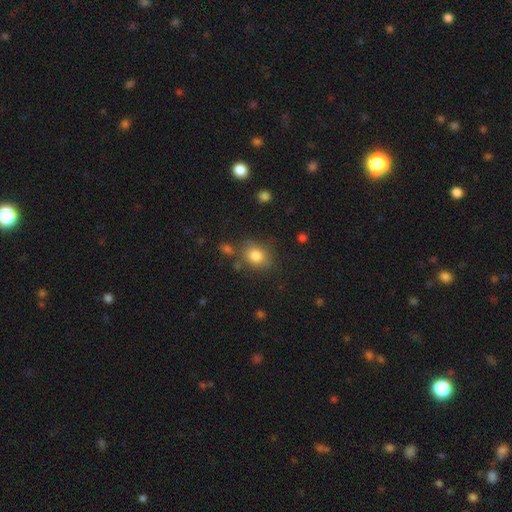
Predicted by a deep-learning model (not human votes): The model was most divided on "how rounded": round: 53%, in between: 46%, cigar-shaped: 1%. More confident: smooth or featured — smooth (82%); merging — none (72%).